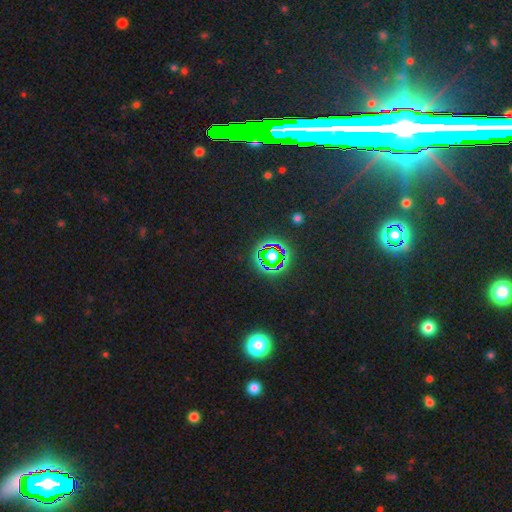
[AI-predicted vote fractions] star or artifact 75%, smooth 13%, featured or disk 12%.